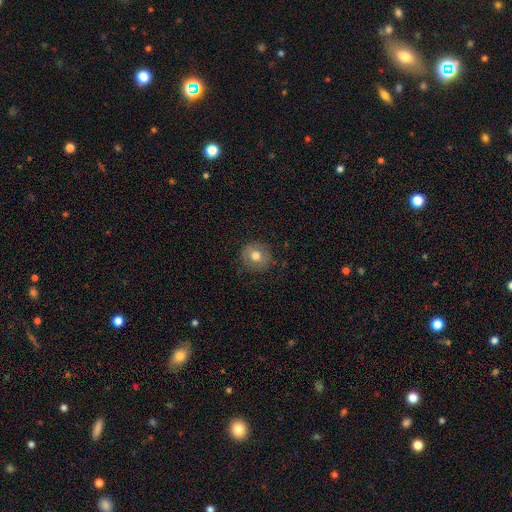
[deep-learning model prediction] Smooth or featured? Predicted: smooth (p=0.73). How rounded? Predicted: round (p=0.87). Merging? Predicted: none (p=0.84).